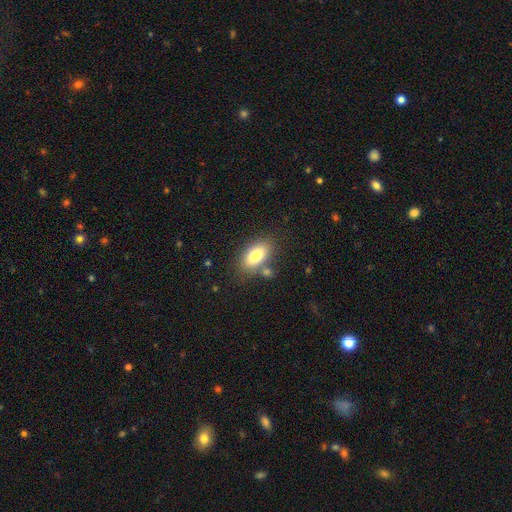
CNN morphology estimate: The model was most divided on "merging": none: 74%, minor disturbance: 13%, merger: 9%, major disturbance: 4%. More confident: how rounded — in between (90%); smooth or featured — smooth (81%).